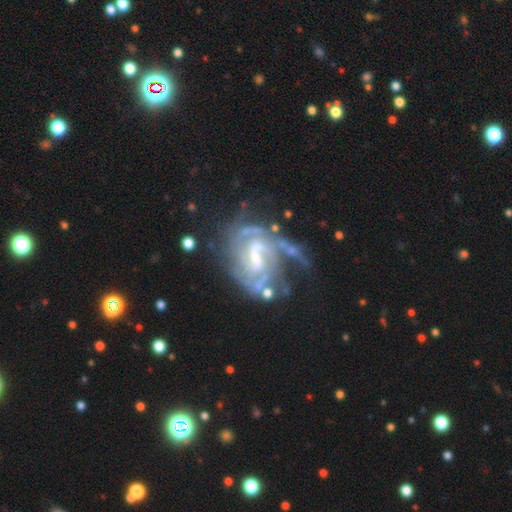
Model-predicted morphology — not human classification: This appears to be a featured or disk galaxy (88%) with a weak bar (53%), 2 (46%) tight (45%) spiral arms (95%) and a small central bulge (41%). Merging: none (44%).